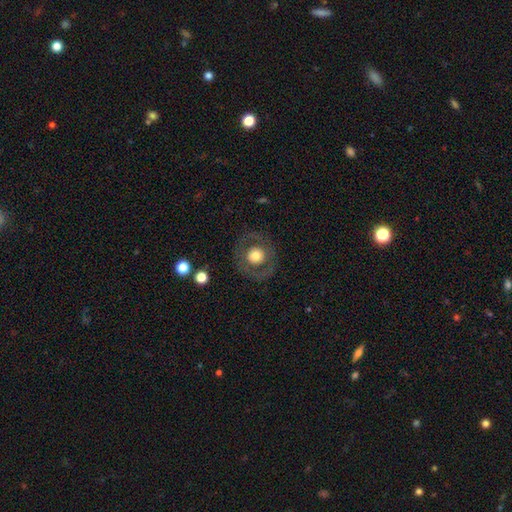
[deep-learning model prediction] smooth_or_featured: smooth (p=0.53) [alt: featured or disk p=0.39]
how_rounded: round (p=0.91) [alt: in between p=0.08]
merging: none (p=0.82) [alt: minor disturbance p=0.09]